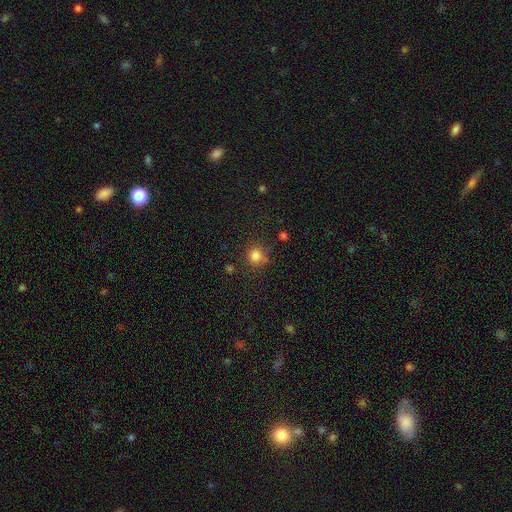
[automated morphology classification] Smooth or featured? Predicted: smooth (p=0.81). How rounded? Predicted: round (p=0.88). Merging? Predicted: none (p=0.73).